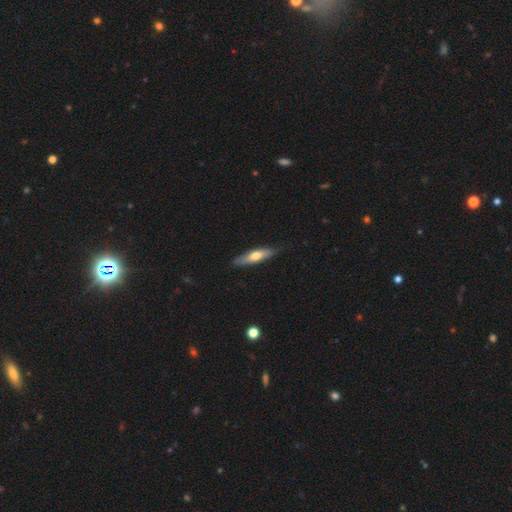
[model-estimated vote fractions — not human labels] Smooth or featured? Predicted: smooth (p=0.56). How rounded? Predicted: cigar-shaped (p=0.72). Merging? Predicted: none (p=0.80).